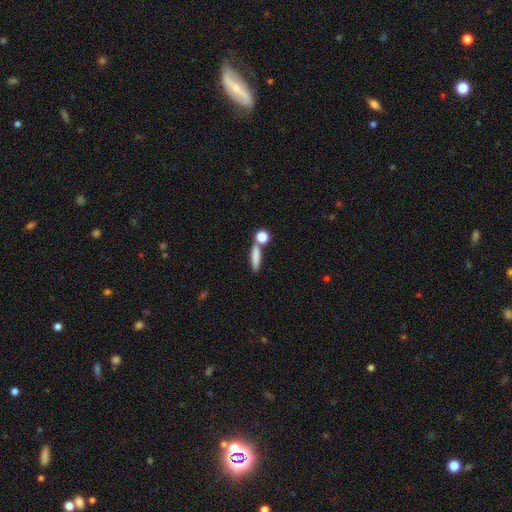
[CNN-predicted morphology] Overall: smooth (79%). How rounded: cigar-shaped (61%; in between 25%). Merging: none (67%).